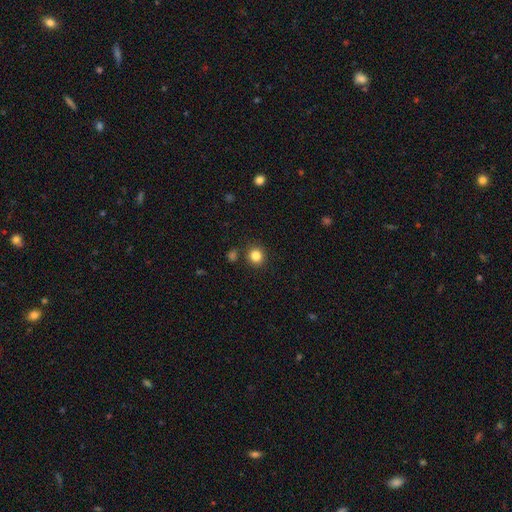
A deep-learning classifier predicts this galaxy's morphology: A smooth galaxy with no disk features (84%) that is round (88%). Merging: none (87%).